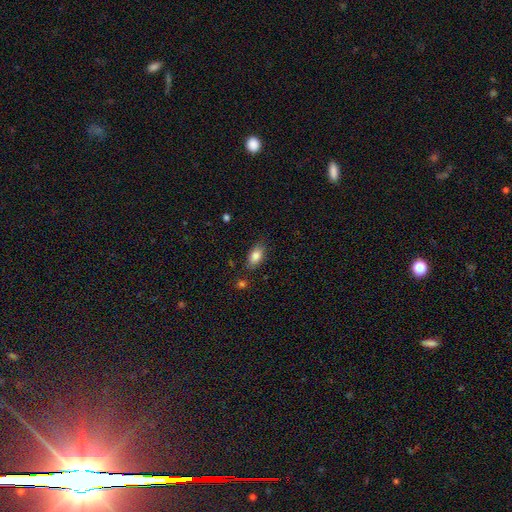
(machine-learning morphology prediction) Q: Smooth or featured?
A: smooth (83%); runner-up: featured or disk (9%)
Q: How rounded?
A: in between (89%); runner-up: round (6%)
Q: Merging?
A: none (80%); runner-up: minor disturbance (14%)